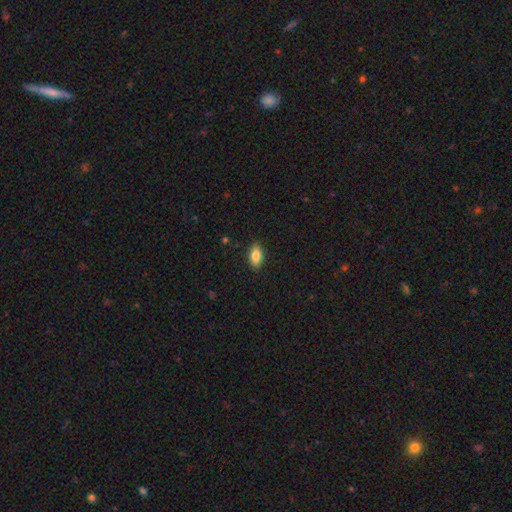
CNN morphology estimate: Q: Smooth or featured?
A: smooth (85%); runner-up: featured or disk (8%)
Q: How rounded?
A: in between (90%); runner-up: cigar-shaped (6%)
Q: Merging?
A: none (89%); runner-up: minor disturbance (8%)